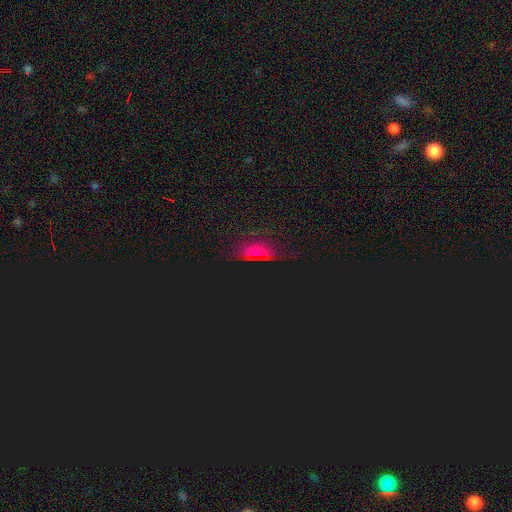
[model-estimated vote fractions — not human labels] Morphology: type=star or artifact (50%).